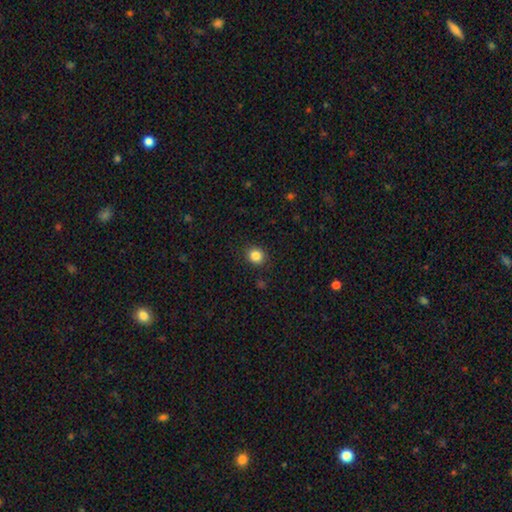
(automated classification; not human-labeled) Morphology: type=smooth (85%); roundness=round (77%); merging=none (89%).